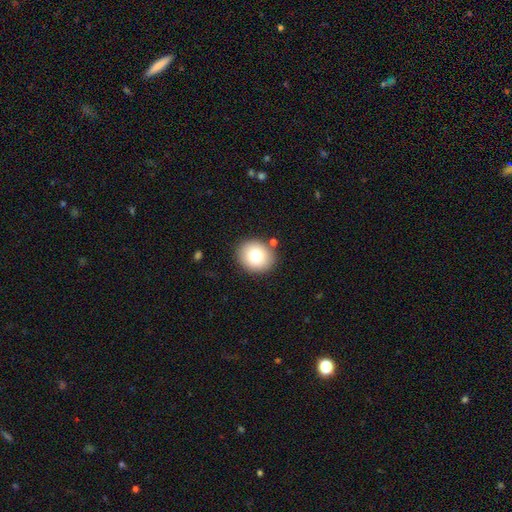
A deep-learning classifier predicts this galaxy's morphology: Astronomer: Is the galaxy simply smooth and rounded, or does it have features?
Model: smooth — 77%.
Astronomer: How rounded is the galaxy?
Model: round — 75%.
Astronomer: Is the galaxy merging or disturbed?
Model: none — 86%.